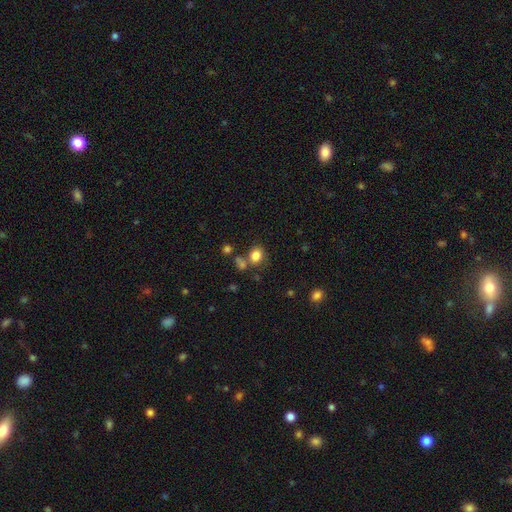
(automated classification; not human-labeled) smooth 82%, star or artifact 12%, featured or disk 7%. Down the decision tree: how rounded — round (58%); merging — none (65%).